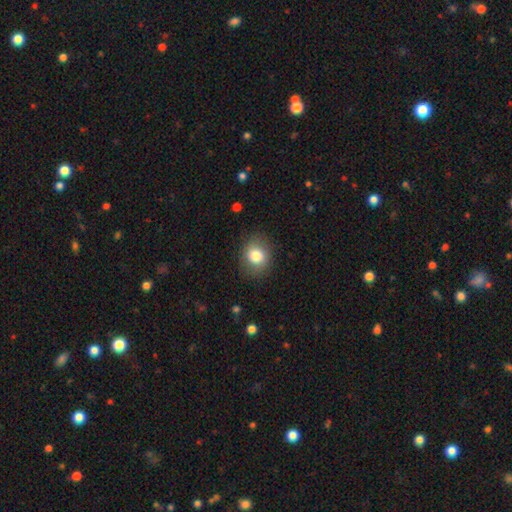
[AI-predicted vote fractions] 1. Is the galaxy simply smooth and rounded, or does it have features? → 82% smooth, 9% featured or disk, 9% star or artifact.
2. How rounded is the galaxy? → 65% round, 35% in between, 1% cigar-shaped.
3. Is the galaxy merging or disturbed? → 84% none, 11% minor disturbance, 4% major disturbance, 1% merger.